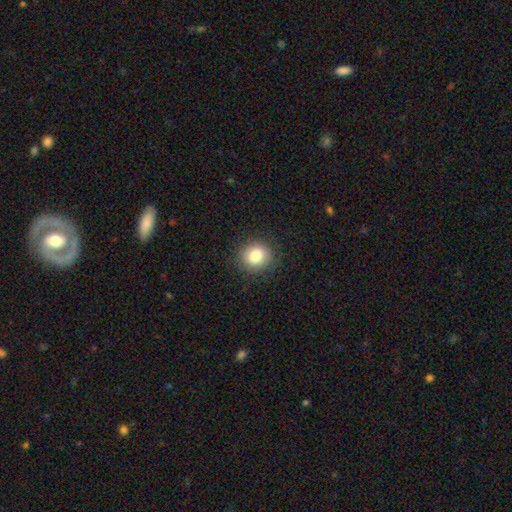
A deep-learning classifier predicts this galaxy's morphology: This is clearly a smooth galaxy (83%). How rounded: clearly round (80%). Merging: clearly none (88%).